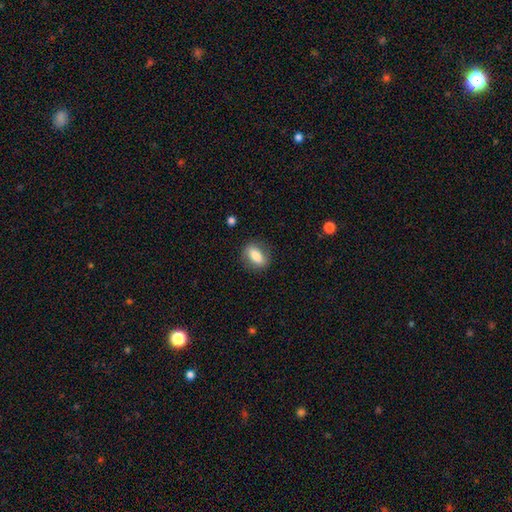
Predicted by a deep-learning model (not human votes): The model was most divided on "smooth or featured": smooth: 76%, featured or disk: 17%, star or artifact: 7%. More confident: merging — none (83%); how rounded — in between (78%).